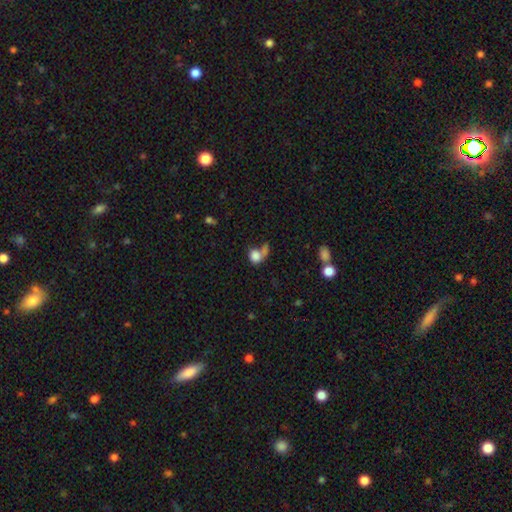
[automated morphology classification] Overall: smooth (79%). How rounded: round (53%; in between 45%). Merging: merger (43%; none 29%).